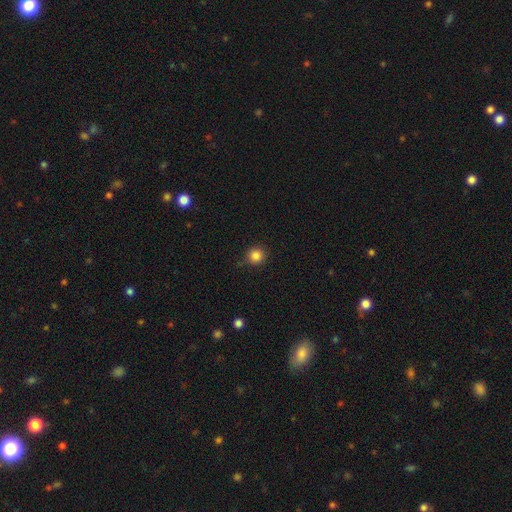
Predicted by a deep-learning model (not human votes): Q: Smooth or featured?
A: smooth (85%); runner-up: star or artifact (11%)
Q: How rounded?
A: round (94%); runner-up: in between (5%)
Q: Merging?
A: none (84%); runner-up: minor disturbance (12%)